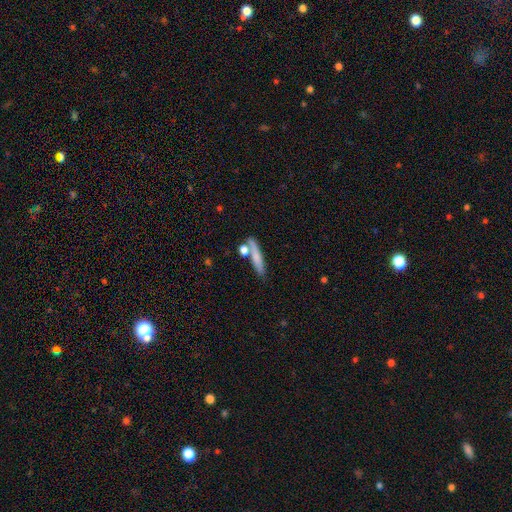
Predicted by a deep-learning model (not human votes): smooth-or-featured: smooth: 70% | featured or disk: 23% | star or artifact: 8%
  how-rounded: cigar-shaped: 81% | in between: 14% | round: 5%
  merging: none: 64% | merger: 18% | minor disturbance: 13% | major disturbance: 5%